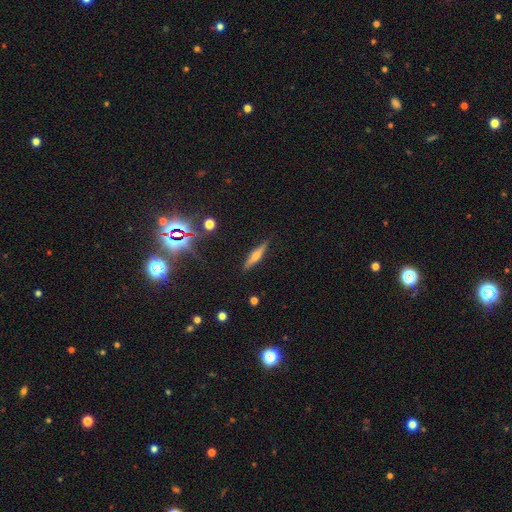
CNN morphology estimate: A featured or disk galaxy (56%) viewed edge-on (95%) with a rounded central bulge (88%). Merging: none (88%).